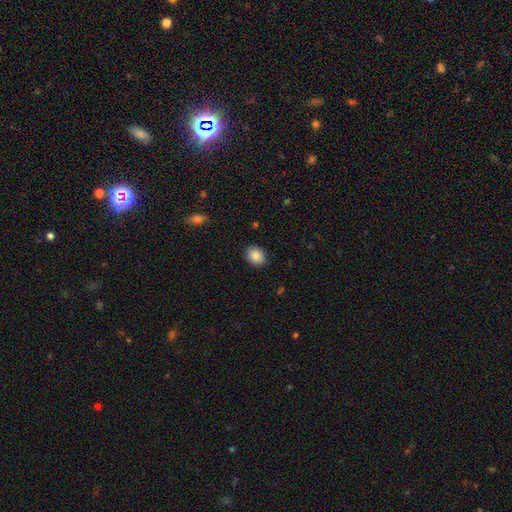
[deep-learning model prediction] Q: Smooth or featured?
A: smooth (87%); runner-up: star or artifact (8%)
Q: How rounded?
A: in between (60%); runner-up: round (39%)
Q: Merging?
A: none (89%); runner-up: minor disturbance (8%)